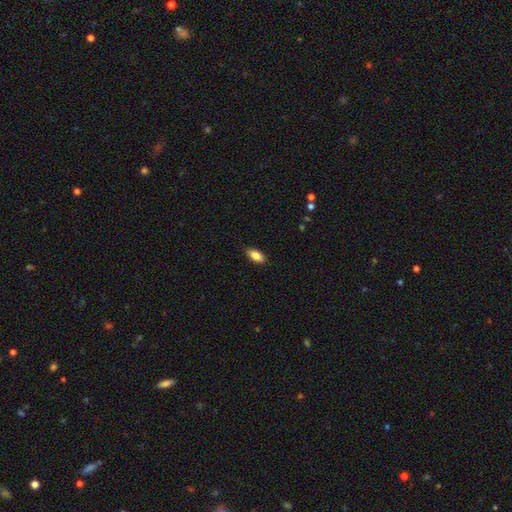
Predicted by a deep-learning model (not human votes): Smooth or featured?
  - smooth: 83% *
  - featured or disk: 10%
  - star or artifact: 7%
How rounded?
  - in between: 87% *
  - cigar-shaped: 9%
  - round: 3%
Merging?
  - none: 84% *
  - minor disturbance: 13%
  - major disturbance: 2%
  - merger: 1%